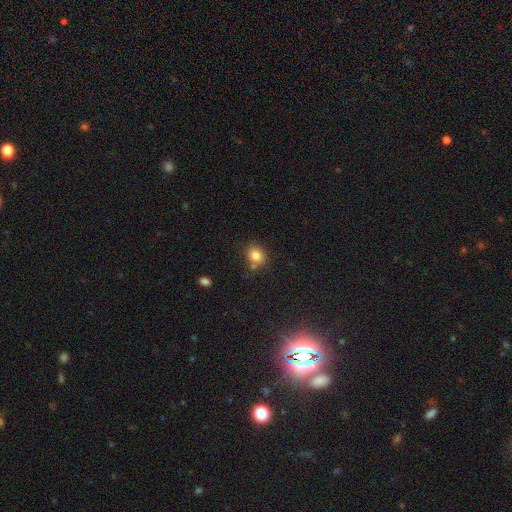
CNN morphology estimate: smooth-or-featured: smooth: 82% | star or artifact: 11% | featured or disk: 7%
  how-rounded: round: 61% | in between: 38% | cigar-shaped: 1%
  merging: none: 70% | minor disturbance: 15% | merger: 12% | major disturbance: 4%